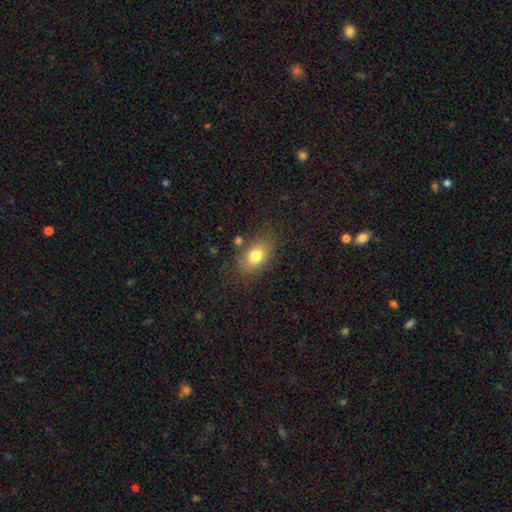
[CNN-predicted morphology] A smooth galaxy with no disk features (78%) that is in between round and cigar-shaped (79%). Merging: none (74%).